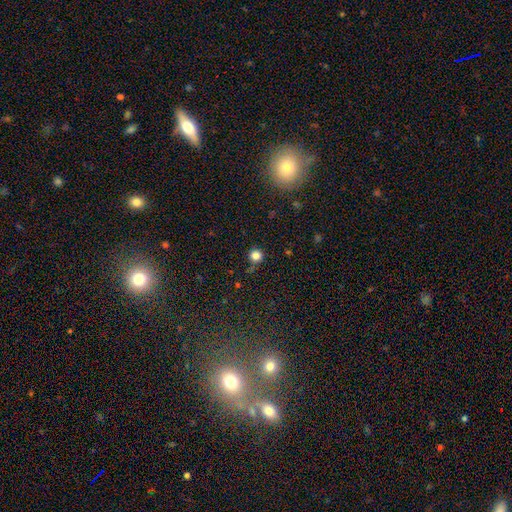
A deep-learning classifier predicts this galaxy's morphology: The model was most divided on "smooth or featured": smooth: 82%, star or artifact: 13%, featured or disk: 4%. More confident: how rounded — round (93%); merging — none (82%).